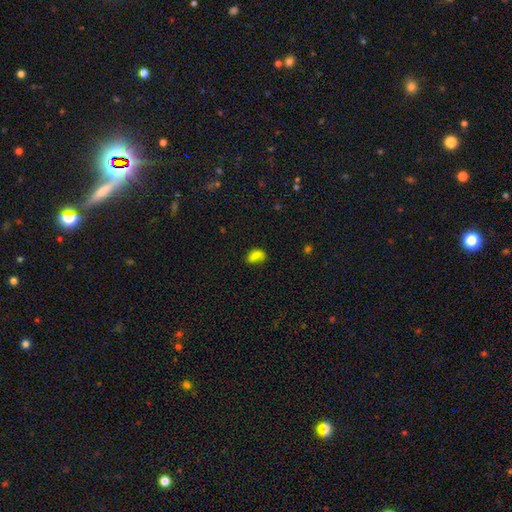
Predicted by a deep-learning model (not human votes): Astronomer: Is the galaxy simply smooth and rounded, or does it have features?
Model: smooth — 77%.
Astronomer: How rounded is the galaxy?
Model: in between — 86%.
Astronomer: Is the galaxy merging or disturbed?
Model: none — 57%.